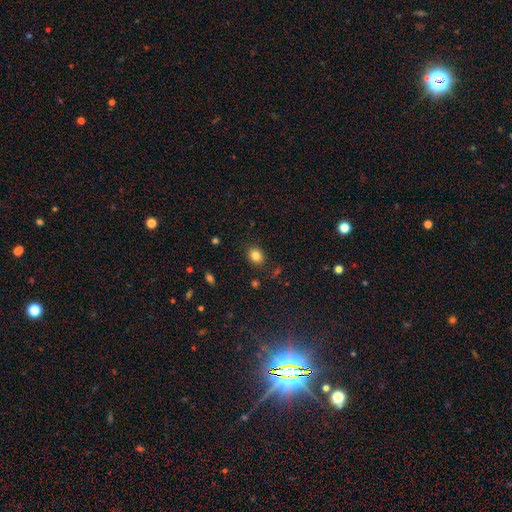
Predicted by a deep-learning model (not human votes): Morphology: type=smooth (83%); roundness=round (60%); merging=none (87%).